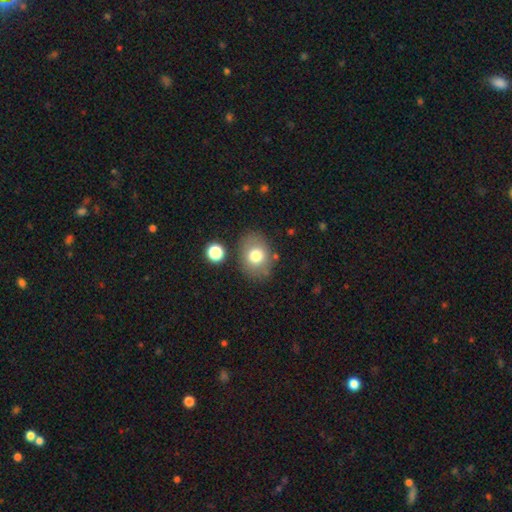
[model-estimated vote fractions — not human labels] Smooth or featured?
  - smooth: 74% *
  - featured or disk: 15%
  - star or artifact: 10%
How rounded?
  - in between: 54% *
  - round: 46%
  - cigar-shaped: 1%
Merging?
  - none: 77% *
  - minor disturbance: 14%
  - major disturbance: 5%
  - merger: 5%